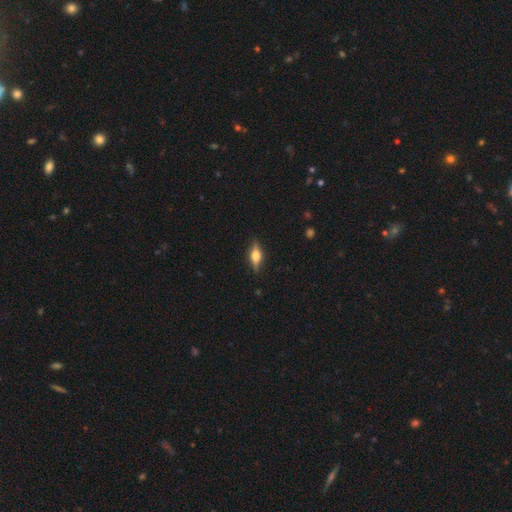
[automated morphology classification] Smooth or featured? featured or disk (52%)
Edge-on disk? yes (94%)
Merging? none (86%)